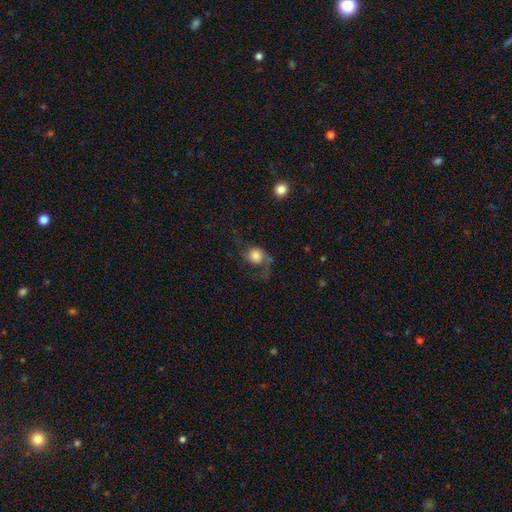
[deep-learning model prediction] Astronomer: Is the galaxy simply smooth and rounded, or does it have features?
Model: smooth — 53% (runner-up: featured or disk, 38%).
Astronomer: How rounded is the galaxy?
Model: round — 77%.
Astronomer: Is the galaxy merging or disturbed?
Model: major disturbance — 41% (runner-up: none, 36%).